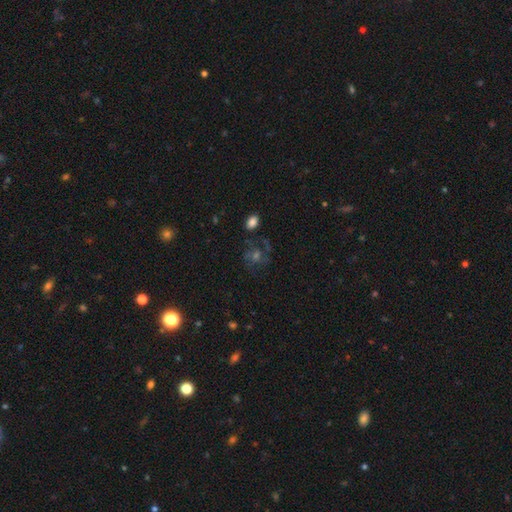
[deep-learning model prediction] A featured or disk galaxy (52%) with no bar (66%), spiral arms (84%) and a moderate central bulge (45%). Merging: none (70%).